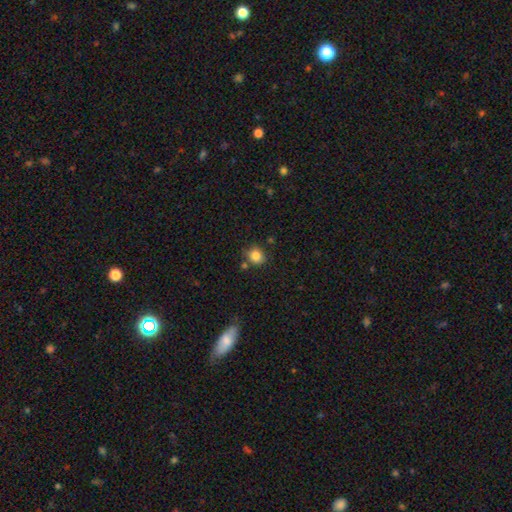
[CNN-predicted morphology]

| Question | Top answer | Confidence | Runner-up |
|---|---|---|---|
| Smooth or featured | smooth | 83% | star or artifact (11%) |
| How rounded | round | 73% | in between (26%) |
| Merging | none | 76% | minor disturbance (13%) |